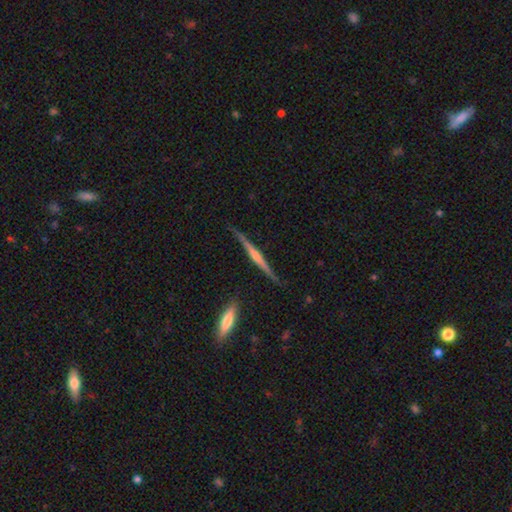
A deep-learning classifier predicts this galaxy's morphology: smooth-or-featured: featured or disk: 75% | smooth: 19% | star or artifact: 6%
  disk-edge-on: yes: 98% | no: 2%
    edge-on-bulge: rounded: 59% | none: 24% | boxy: 16%
  merging: none: 84% | minor disturbance: 13% | major disturbance: 2% | merger: 2%